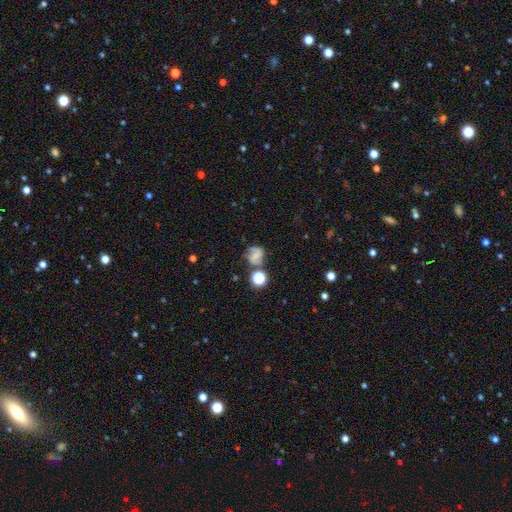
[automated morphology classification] This is possibly a featured or disk galaxy (49%). Merging: possibly none (53%).